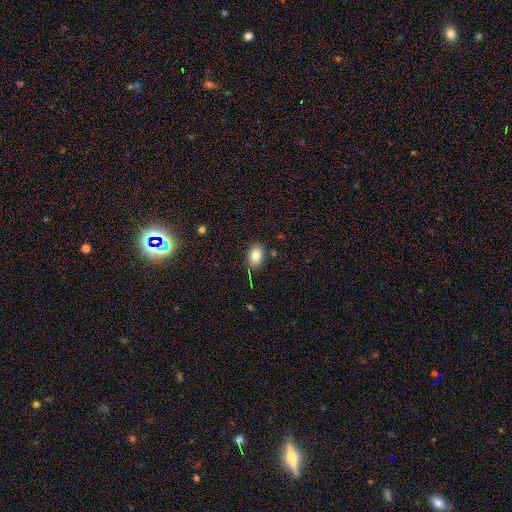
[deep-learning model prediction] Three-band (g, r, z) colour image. It shows a smooth galaxy with no disk features (82%) that is in between round and cigar-shaped (73%). Merging: none (82%).